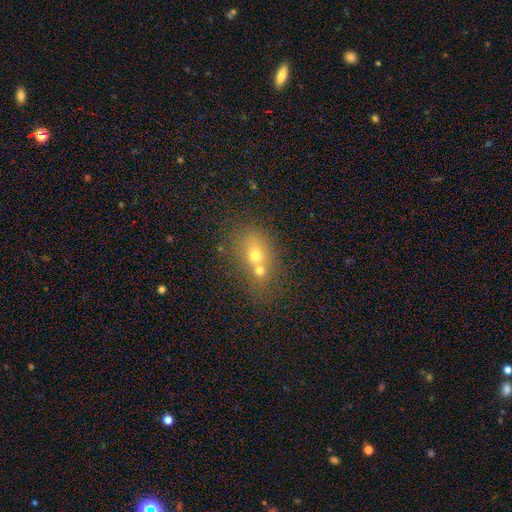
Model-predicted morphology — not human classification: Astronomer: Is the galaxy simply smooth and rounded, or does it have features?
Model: smooth — 61%.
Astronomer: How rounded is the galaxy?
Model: round — 50% (runner-up: in between, 48%).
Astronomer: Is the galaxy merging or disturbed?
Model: merger — 59%.